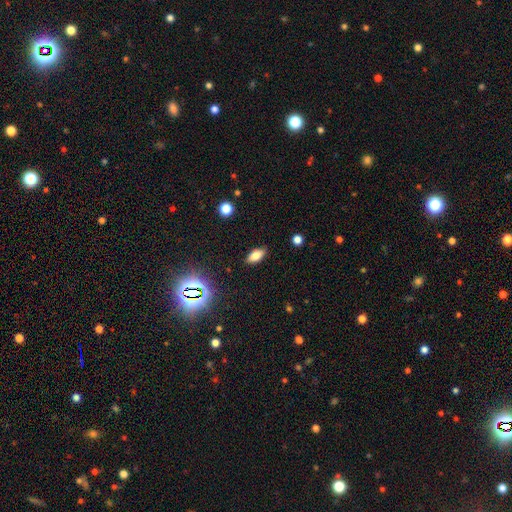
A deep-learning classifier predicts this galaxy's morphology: The model was most divided on "smooth or featured": smooth: 73%, featured or disk: 14%, star or artifact: 13%. More confident: merging — none (88%); how rounded — in between (85%).